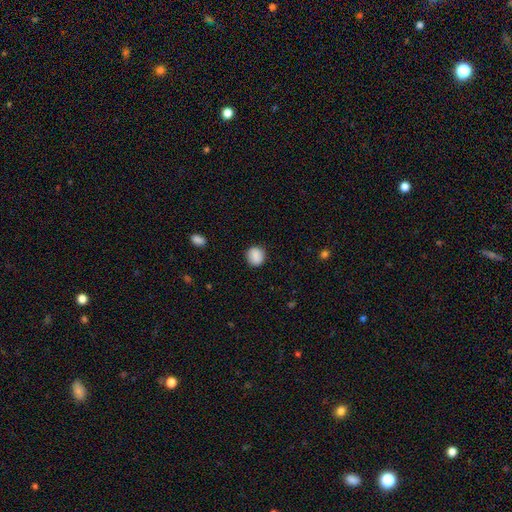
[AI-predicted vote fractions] Smooth or featured: smooth — 88% (star or artifact — 8%)
How rounded: round — 84% (in between — 15%)
Merging: none — 88% (minor disturbance — 8%)